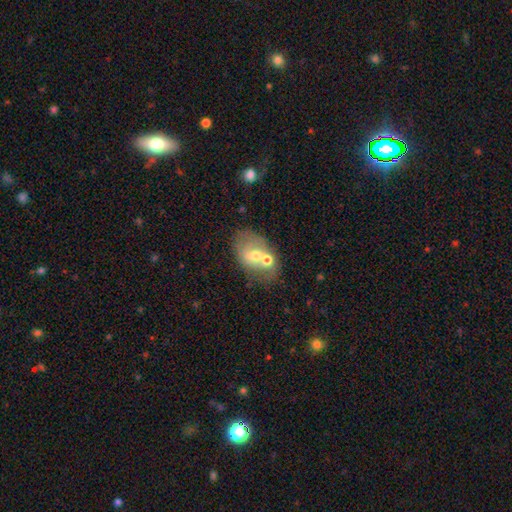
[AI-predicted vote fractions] A featured or disk galaxy (46%).

Vote fractions:
- Smooth or featured? featured or disk: 46% / smooth: 44% / star or artifact: 9%
- Merging? none: 38% / merger: 36% / minor disturbance: 17% / major disturbance: 9%